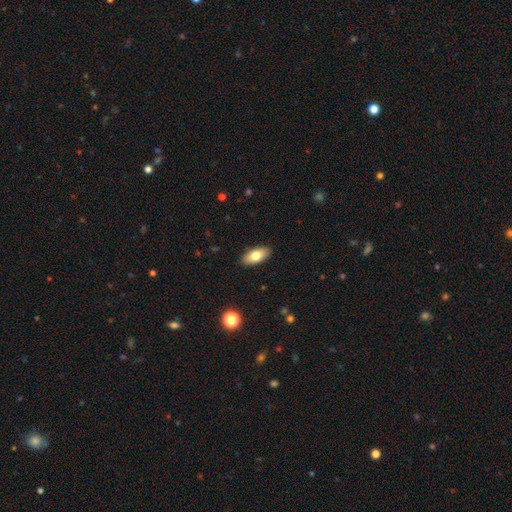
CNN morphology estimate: Smooth or featured? Predicted: smooth (p=0.78). How rounded? Predicted: in between (p=0.89). Merging? Predicted: none (p=0.90).